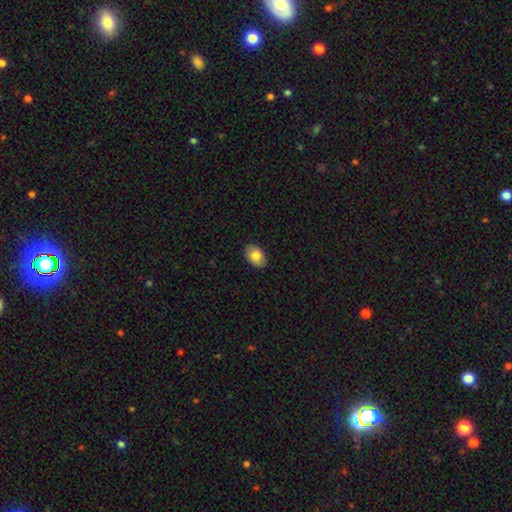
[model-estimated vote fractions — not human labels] Smooth or featured? smooth (83%)
How rounded? in between (86%)
Merging? none (88%)